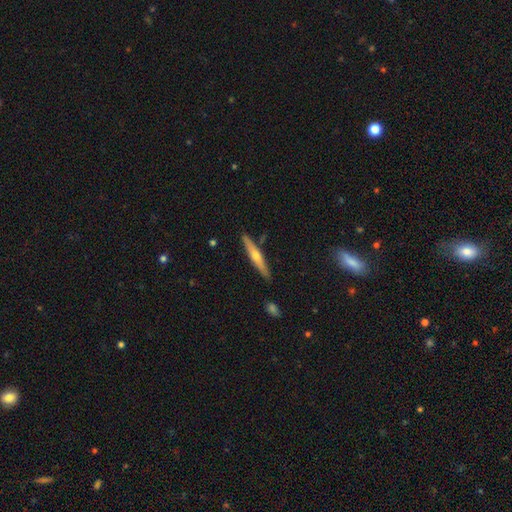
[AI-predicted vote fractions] A featured or disk galaxy (57%) viewed edge-on (95%) with a rounded central bulge (85%).

Vote fractions:
- Smooth or featured? featured or disk: 57% / smooth: 37% / star or artifact: 6%
- Edge-on disk? yes: 95% / no: 5%
- Edge-on bulge? rounded: 85% / none: 12% / boxy: 3%
- Merging? none: 88% / minor disturbance: 8% / merger: 2% / major disturbance: 2%